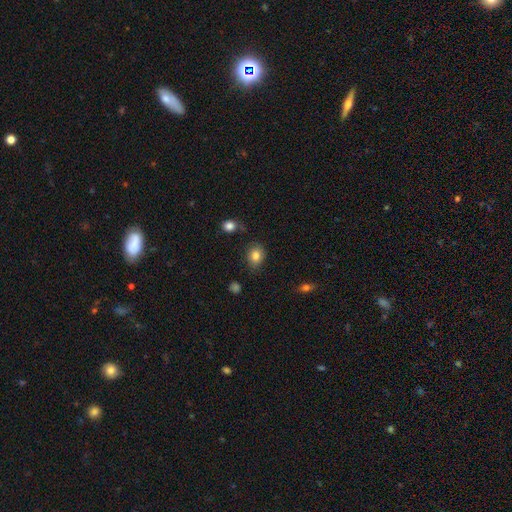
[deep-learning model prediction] A smooth galaxy with no disk features (83%) that is round (55%).

Vote fractions:
- Smooth or featured? smooth: 83% / star or artifact: 10% / featured or disk: 7%
- How rounded? round: 55% / in between: 44% / cigar-shaped: 1%
- Merging? none: 79% / minor disturbance: 15% / major disturbance: 3% / merger: 3%